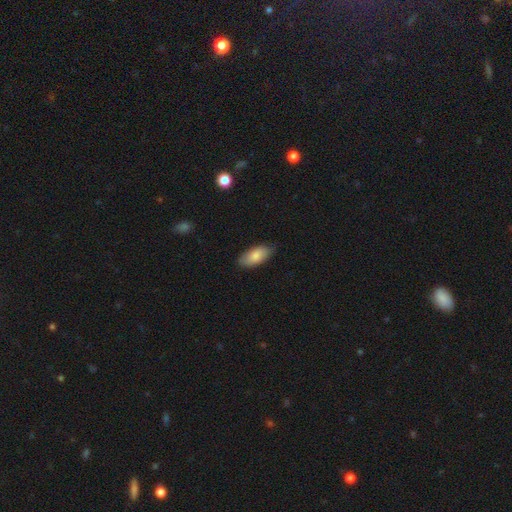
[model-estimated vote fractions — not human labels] Smooth or featured: smooth — 83% (featured or disk — 11%)
How rounded: in between — 90% (cigar-shaped — 8%)
Merging: none — 83% (minor disturbance — 14%)